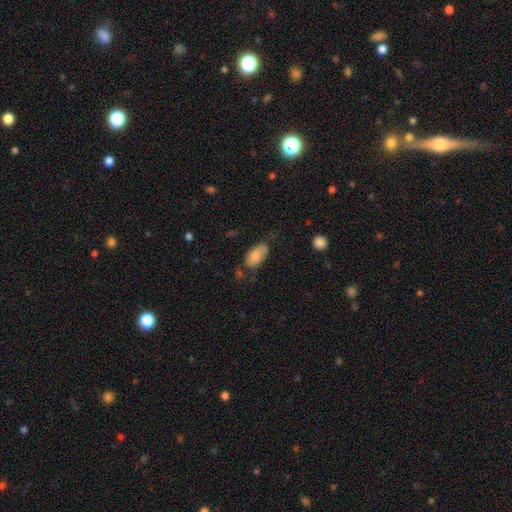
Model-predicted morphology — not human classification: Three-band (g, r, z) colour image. It shows a smooth galaxy with no disk features (83%) that is in between round and cigar-shaped (94%). Merging: none (62%).